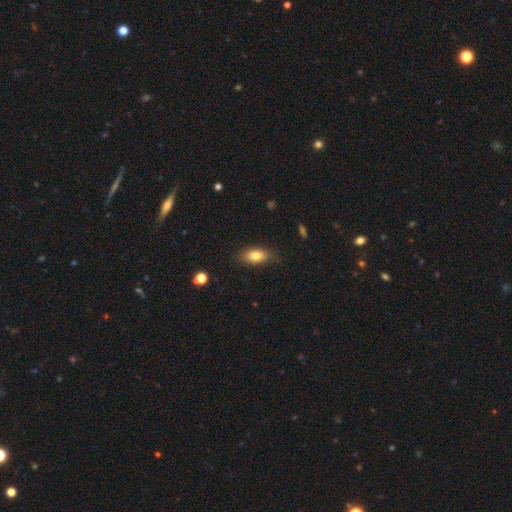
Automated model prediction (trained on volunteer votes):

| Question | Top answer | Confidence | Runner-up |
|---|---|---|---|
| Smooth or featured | smooth | 80% | featured or disk (12%) |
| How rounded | in between | 85% | cigar-shaped (8%) |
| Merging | none | 79% | minor disturbance (16%) |